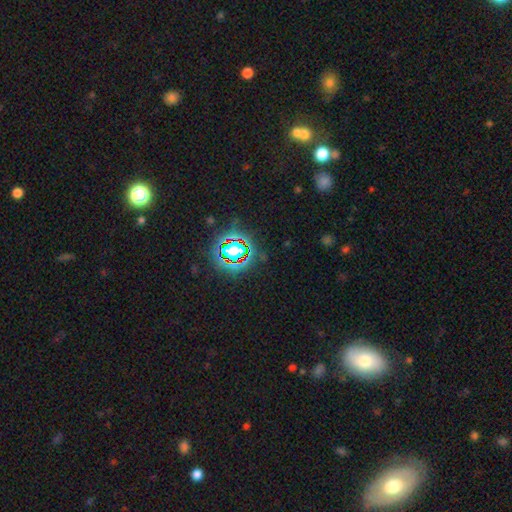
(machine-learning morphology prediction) Overall: star or artifact (76%).